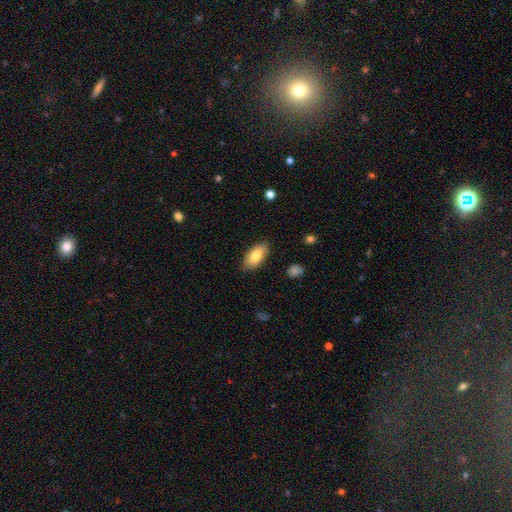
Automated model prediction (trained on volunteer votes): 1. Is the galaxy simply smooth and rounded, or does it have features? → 80% smooth, 13% featured or disk, 6% star or artifact.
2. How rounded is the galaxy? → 90% in between, 7% cigar-shaped, 2% round.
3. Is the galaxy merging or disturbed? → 85% none, 11% minor disturbance, 2% major disturbance, 1% merger.